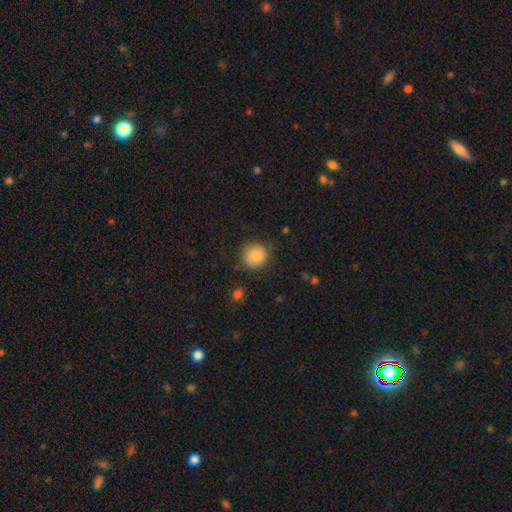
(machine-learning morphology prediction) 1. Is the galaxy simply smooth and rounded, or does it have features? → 85% smooth, 8% star or artifact, 7% featured or disk.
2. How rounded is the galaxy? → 88% round, 11% in between, 1% cigar-shaped.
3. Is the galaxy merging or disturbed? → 77% none, 16% minor disturbance, 5% major disturbance, 2% merger.